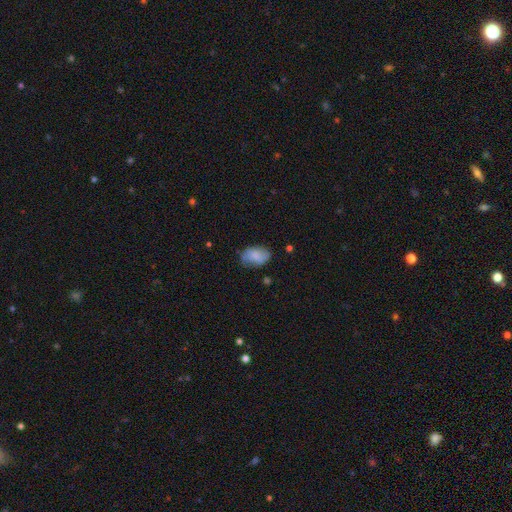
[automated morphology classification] Smooth or featured? smooth (71%)
How rounded? in between (86%)
Merging? none (65%)